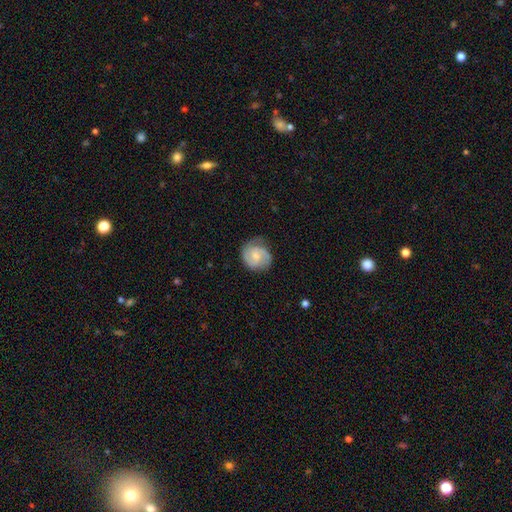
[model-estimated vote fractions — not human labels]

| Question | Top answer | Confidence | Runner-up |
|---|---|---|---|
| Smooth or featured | featured or disk | 72% | smooth (23%) |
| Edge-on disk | no | 98% | yes (2%) |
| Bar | no | 50% | weak (43%) |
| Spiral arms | yes | 95% | no (5%) |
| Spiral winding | medium | 46% | tight (40%) |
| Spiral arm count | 2 | 76% | can't tell (9%) |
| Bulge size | small | 53% | moderate (36%) |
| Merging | none | 73% | minor disturbance (20%) |